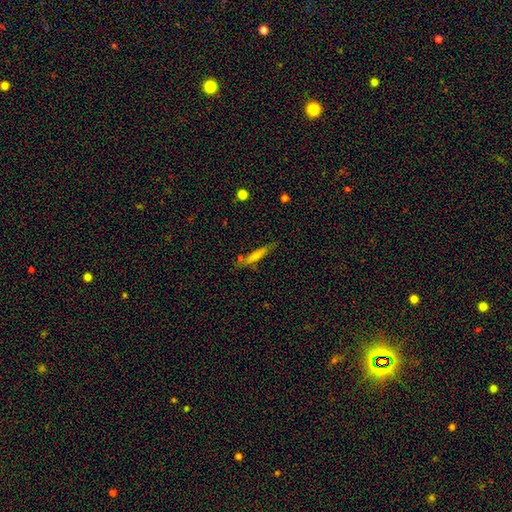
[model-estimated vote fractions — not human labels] Smooth or featured: smooth — 67% (featured or disk — 26%)
How rounded: cigar-shaped — 89% (in between — 9%)
Merging: none — 71% (minor disturbance — 18%)